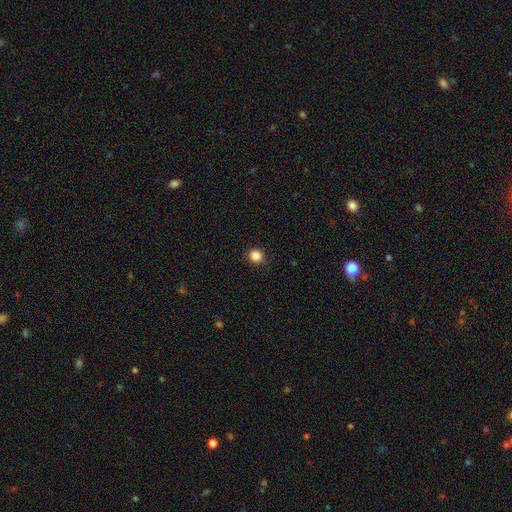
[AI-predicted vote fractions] smooth_or_featured: smooth (p=0.85) [alt: star or artifact p=0.11]
how_rounded: round (p=0.88) [alt: in between p=0.11]
merging: none (p=0.90) [alt: minor disturbance p=0.07]